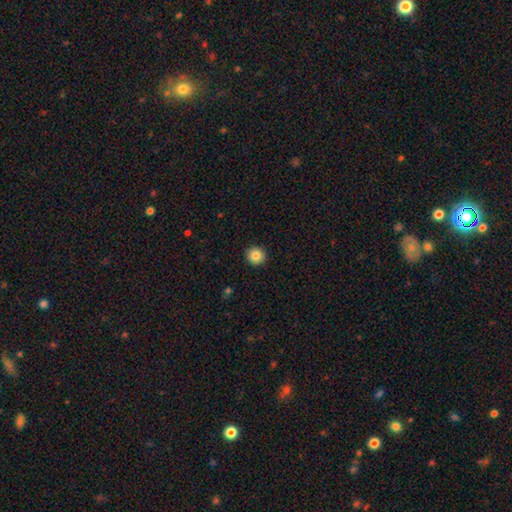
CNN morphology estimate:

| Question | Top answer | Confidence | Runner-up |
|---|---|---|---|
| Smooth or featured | smooth | 85% | star or artifact (9%) |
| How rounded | round | 93% | in between (6%) |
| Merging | none | 93% | minor disturbance (5%) |